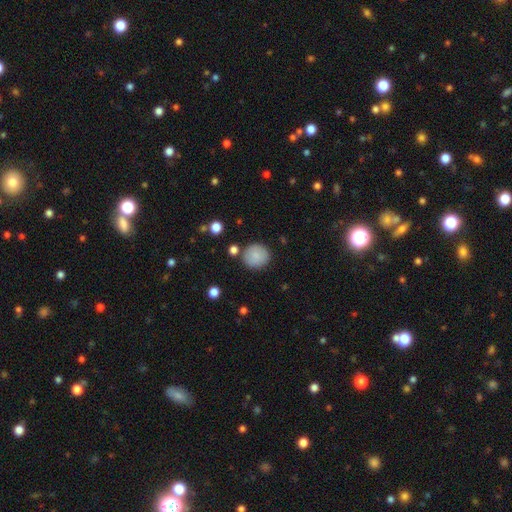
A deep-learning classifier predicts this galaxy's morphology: Smooth or featured? Predicted: smooth (p=0.85). How rounded? Predicted: round (p=0.90). Merging? Predicted: none (p=0.84).